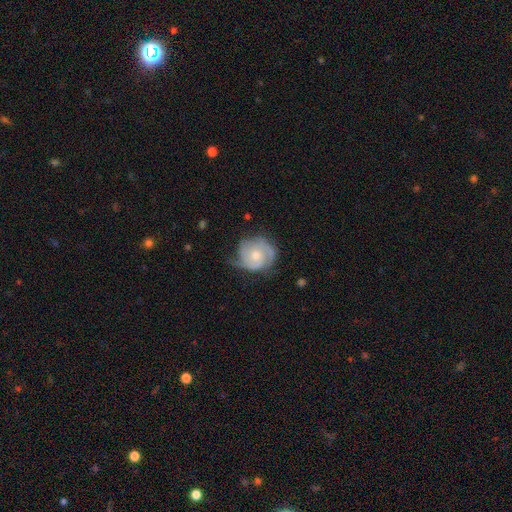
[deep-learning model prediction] Overall: featured or disk (74%). Edge-on disk: no (98%). Bar: no (73%). Spiral arms: yes (91%). Spiral arm count: 2 (49%; can't tell 21%). Spiral winding: tight (57%; medium 33%). Bulge size: moderate (58%; small 33%). Merging: none (54%; minor disturbance 30%).